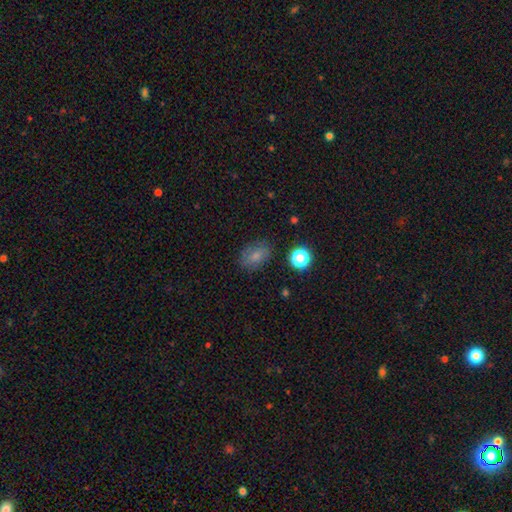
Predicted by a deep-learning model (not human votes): Smooth or featured? smooth (77%)
How rounded? in between (78%)
Merging? none (80%)